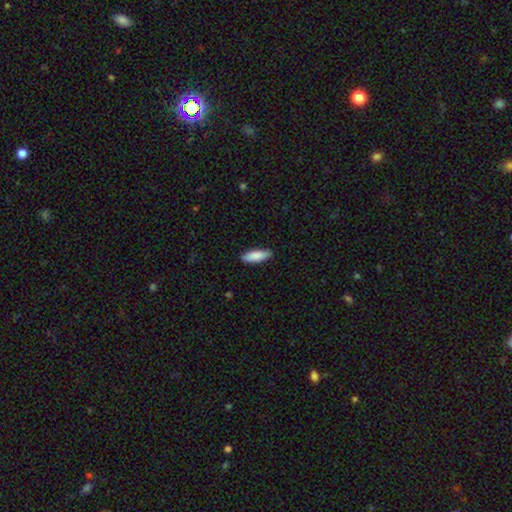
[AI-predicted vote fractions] smooth_or_featured: smooth (p=0.87) [alt: featured or disk p=0.07]
how_rounded: in between (p=0.56) [alt: cigar-shaped p=0.42]
merging: none (p=0.89) [alt: minor disturbance p=0.09]